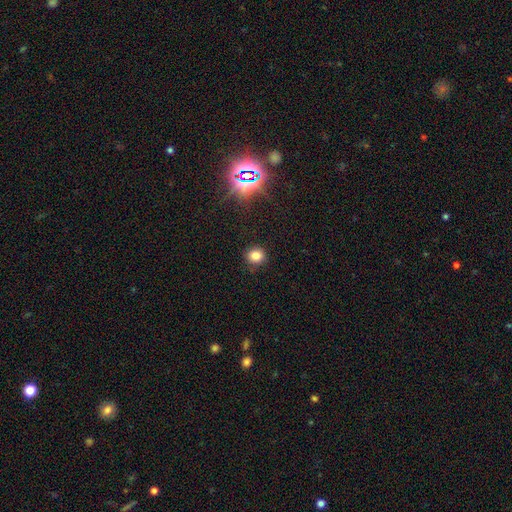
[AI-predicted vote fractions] smooth 79%, star or artifact 15%, featured or disk 5%. Down the decision tree: how rounded — round (82%); merging — none (89%).